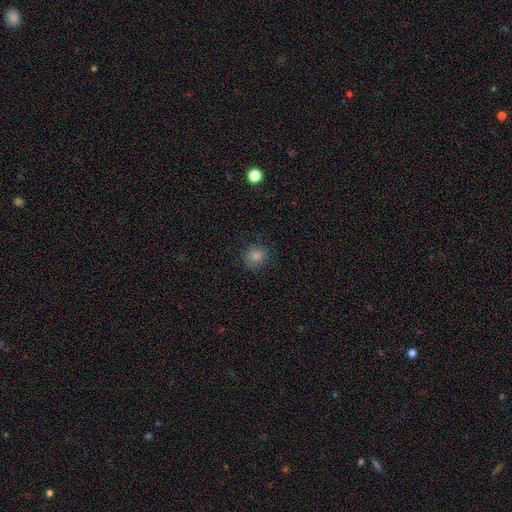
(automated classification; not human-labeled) Q: Smooth or featured?
A: smooth (78%); runner-up: star or artifact (16%)
Q: How rounded?
A: round (88%); runner-up: in between (11%)
Q: Merging?
A: none (85%); runner-up: minor disturbance (11%)